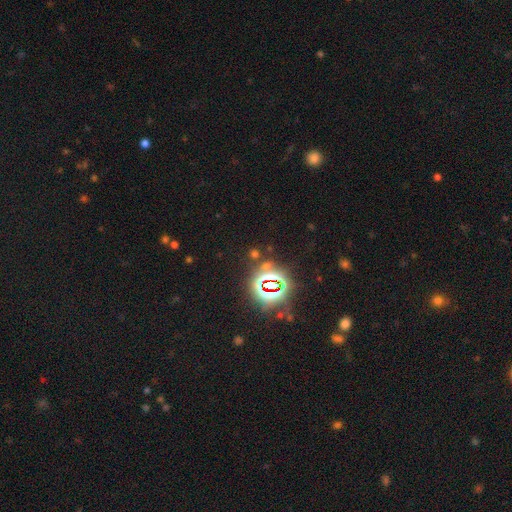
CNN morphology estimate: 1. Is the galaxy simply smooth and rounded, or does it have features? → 77% star or artifact, 15% smooth, 8% featured or disk.